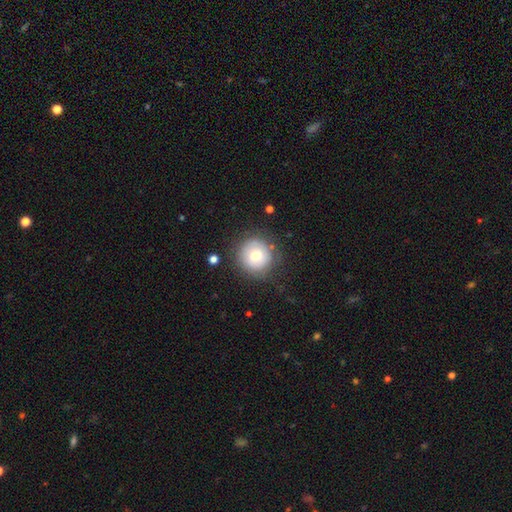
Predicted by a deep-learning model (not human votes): smooth-or-featured: smooth: 68% | featured or disk: 23% | star or artifact: 9%
  how-rounded: round: 94% | in between: 5% | cigar-shaped: 1%
  merging: none: 79% | minor disturbance: 14% | major disturbance: 5% | merger: 2%